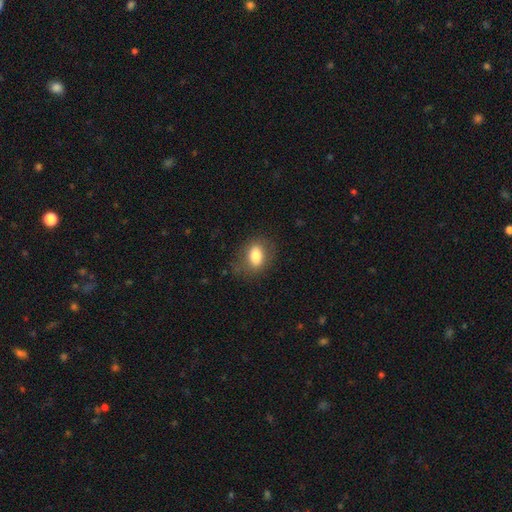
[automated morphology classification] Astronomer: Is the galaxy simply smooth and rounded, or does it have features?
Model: smooth — 79%.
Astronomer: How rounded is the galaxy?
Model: in between — 75%.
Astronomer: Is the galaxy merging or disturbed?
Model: none — 77%.